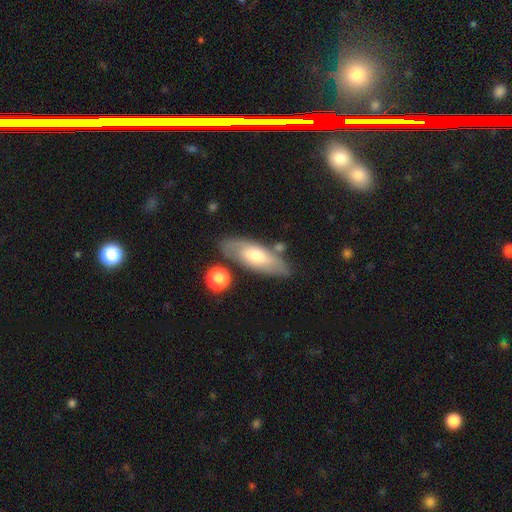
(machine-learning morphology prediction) A smooth galaxy with no disk features (51%) that is in between round and cigar-shaped (70%).

Vote fractions:
- Smooth or featured? smooth: 51% / featured or disk: 43% / star or artifact: 6%
- How rounded? in between: 70% / cigar-shaped: 28% / round: 3%
- Merging? none: 73% / minor disturbance: 16% / merger: 7% / major disturbance: 4%